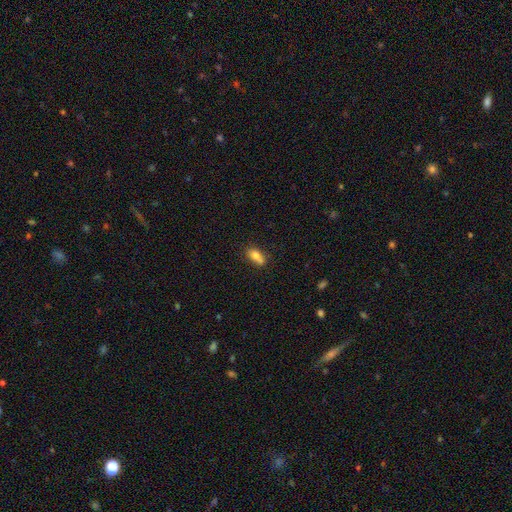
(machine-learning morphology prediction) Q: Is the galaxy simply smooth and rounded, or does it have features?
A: smooth — 75%.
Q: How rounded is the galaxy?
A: in between — 78%.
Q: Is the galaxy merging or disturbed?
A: none — 42%.